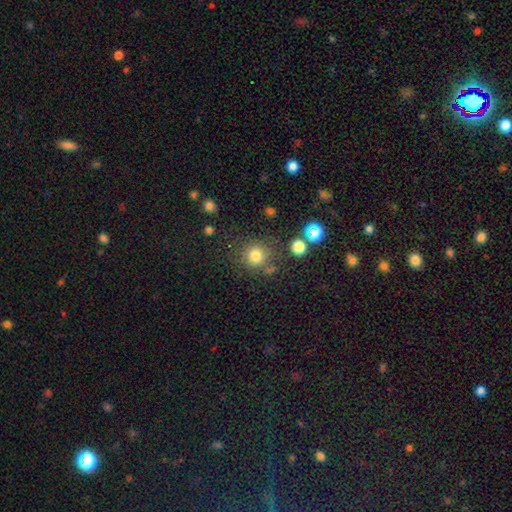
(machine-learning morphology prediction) smooth 79%, star or artifact 14%, featured or disk 7%. Down the decision tree: how rounded — round (92%); merging — none (77%).